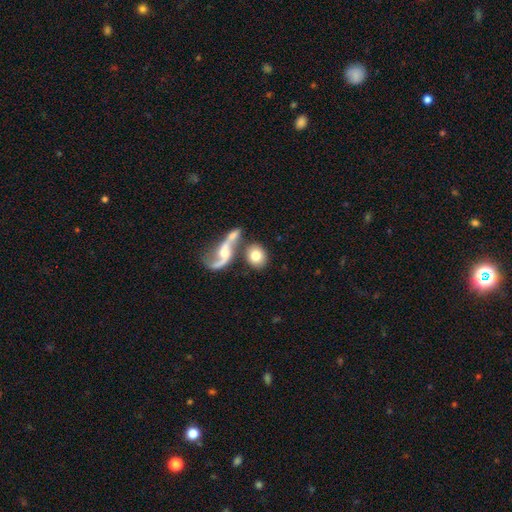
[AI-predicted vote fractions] This is likely a smooth galaxy (70%). How rounded: likely round (62%). Merging: possibly none (56%).